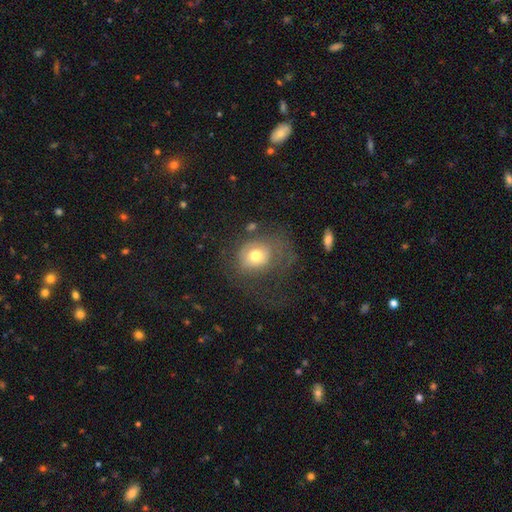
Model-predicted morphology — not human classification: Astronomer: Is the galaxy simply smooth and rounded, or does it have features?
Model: smooth — 61%.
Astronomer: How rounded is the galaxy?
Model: round — 67%.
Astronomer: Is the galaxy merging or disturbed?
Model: none — 42% (runner-up: major disturbance, 34%).